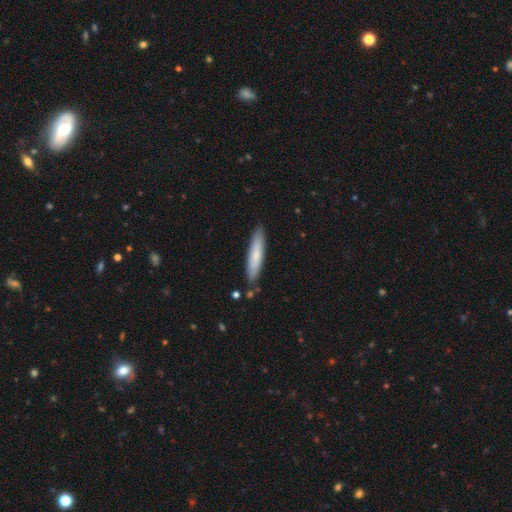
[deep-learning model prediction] A smooth galaxy with no disk features (75%) that is cigar-shaped (85%). Merging: none (86%).